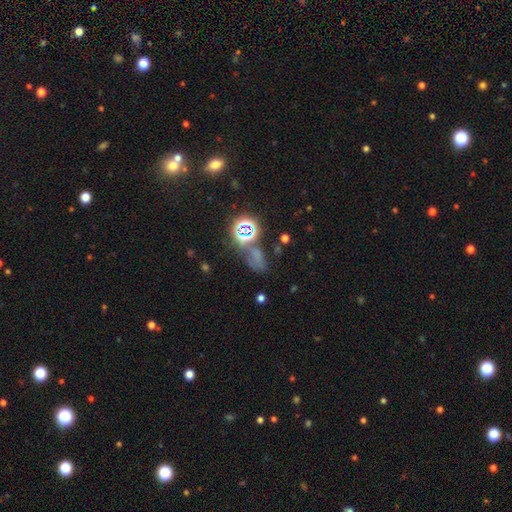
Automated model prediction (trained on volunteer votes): Morphology: type=star or artifact (49%).